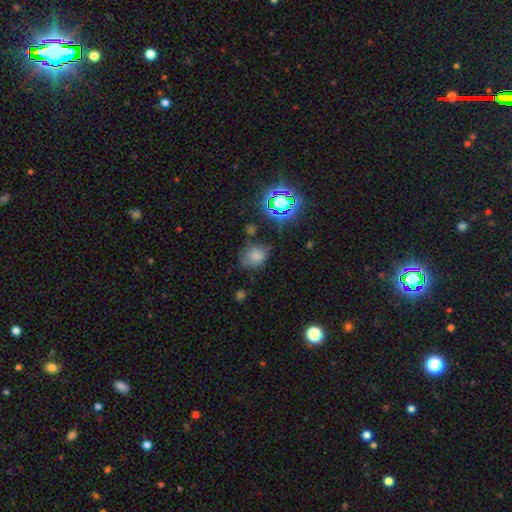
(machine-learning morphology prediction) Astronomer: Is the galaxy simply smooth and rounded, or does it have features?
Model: smooth — 71%.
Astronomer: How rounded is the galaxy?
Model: round — 52% (runner-up: in between, 47%).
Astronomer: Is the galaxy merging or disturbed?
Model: none — 61%.